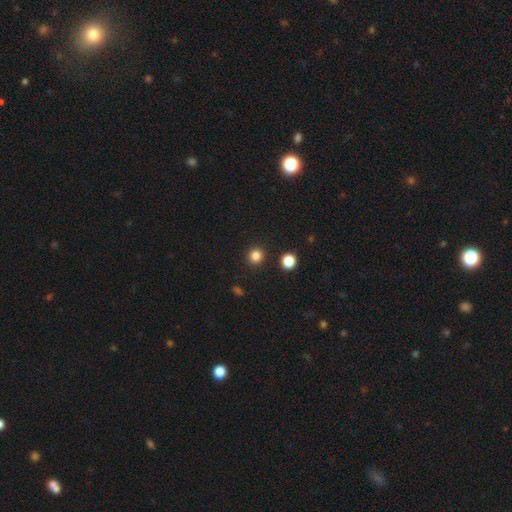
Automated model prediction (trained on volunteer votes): Morphology: type=smooth (83%); roundness=round (91%); merging=none (91%).